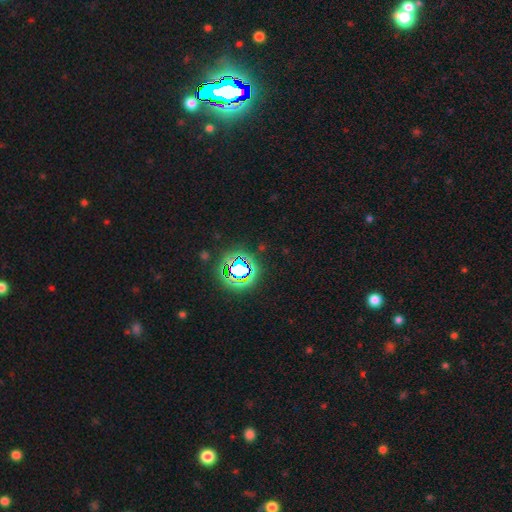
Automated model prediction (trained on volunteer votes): Q: Smooth or featured?
A: star or artifact (81%); runner-up: smooth (13%)